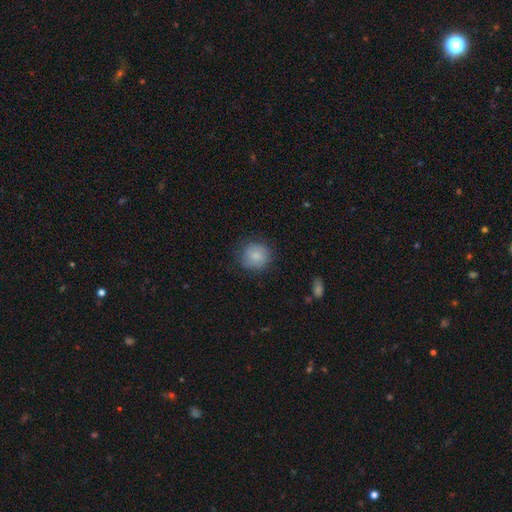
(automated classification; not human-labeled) smooth-or-featured: smooth: 85% | star or artifact: 8% | featured or disk: 8%
  how-rounded: round: 89% | in between: 10% | cigar-shaped: 1%
  merging: none: 80% | minor disturbance: 15% | major disturbance: 4% | merger: 1%